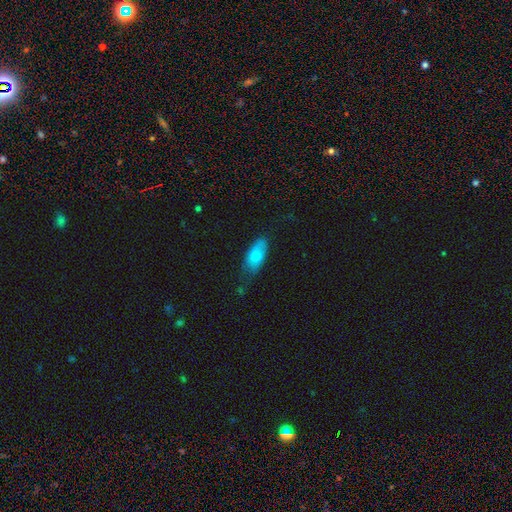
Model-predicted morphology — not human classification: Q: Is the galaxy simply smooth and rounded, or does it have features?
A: smooth — 79%.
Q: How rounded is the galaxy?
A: in between — 85%.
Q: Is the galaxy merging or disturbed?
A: none — 52%.